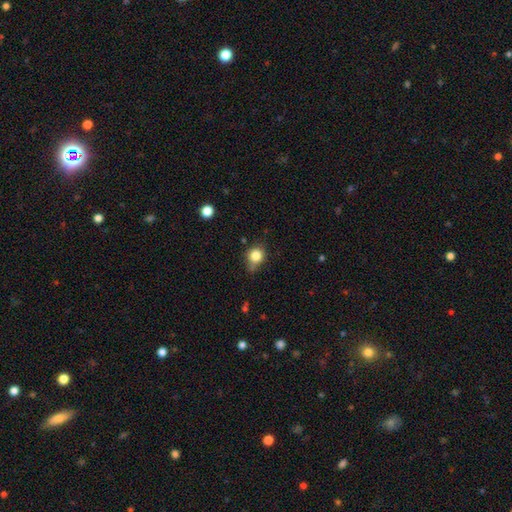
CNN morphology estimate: This is clearly a smooth galaxy (81%). How rounded: likely round (78%). Merging: likely none (61%).